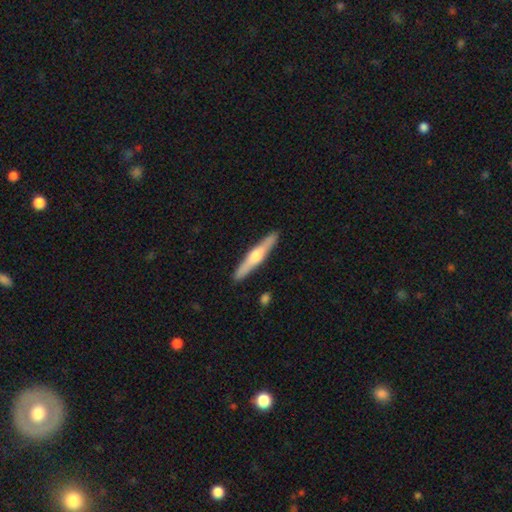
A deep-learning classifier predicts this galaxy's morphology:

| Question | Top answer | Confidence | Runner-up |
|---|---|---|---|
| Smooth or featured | featured or disk | 60% | smooth (35%) |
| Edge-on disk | yes | 97% | no (3%) |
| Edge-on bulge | rounded | 89% | none (6%) |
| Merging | none | 91% | minor disturbance (6%) |